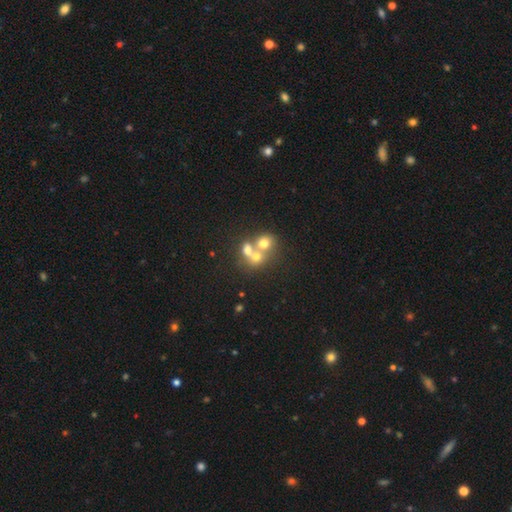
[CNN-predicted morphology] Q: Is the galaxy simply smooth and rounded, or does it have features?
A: smooth — 55%.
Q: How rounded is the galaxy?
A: round — 75%.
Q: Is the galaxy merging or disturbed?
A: merger — 60%.